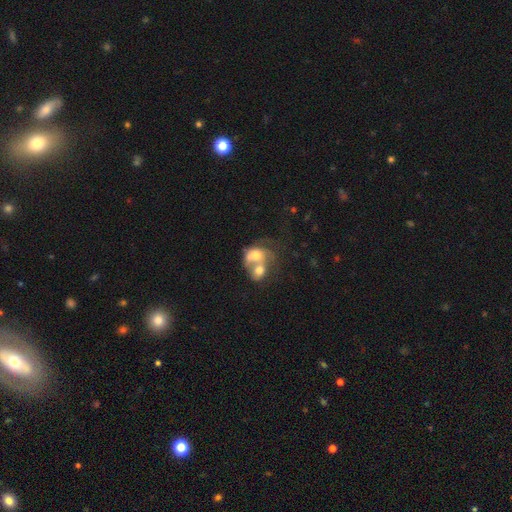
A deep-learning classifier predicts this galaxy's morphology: This is possibly a smooth galaxy (51%). How rounded: possibly in between (54%). Merging: likely merger (79%).